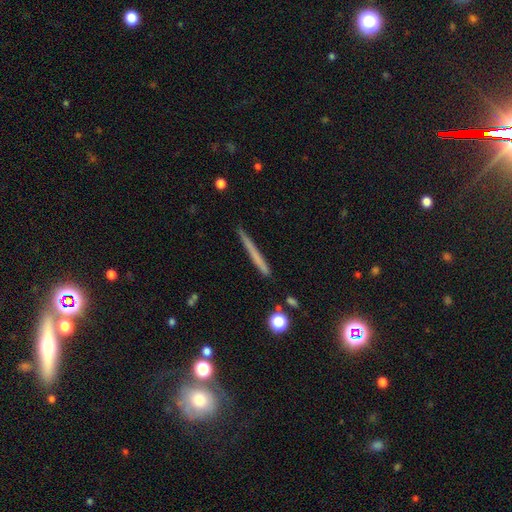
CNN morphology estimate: A smooth galaxy with no disk features (58%) that is cigar-shaped (96%).

Vote fractions:
- Smooth or featured? smooth: 58% / featured or disk: 34% / star or artifact: 8%
- How rounded? cigar-shaped: 96% / in between: 2% / round: 2%
- Merging? none: 89% / minor disturbance: 8% / major disturbance: 2% / merger: 2%